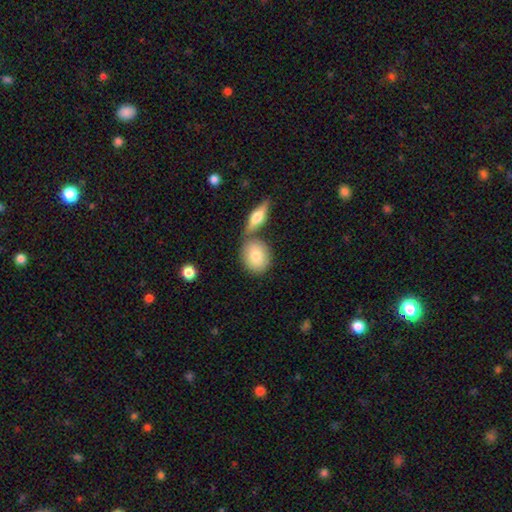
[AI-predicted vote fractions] Smooth or featured? Predicted: smooth (p=0.78). How rounded? Predicted: round (p=0.52). Merging? Predicted: none (p=0.62).